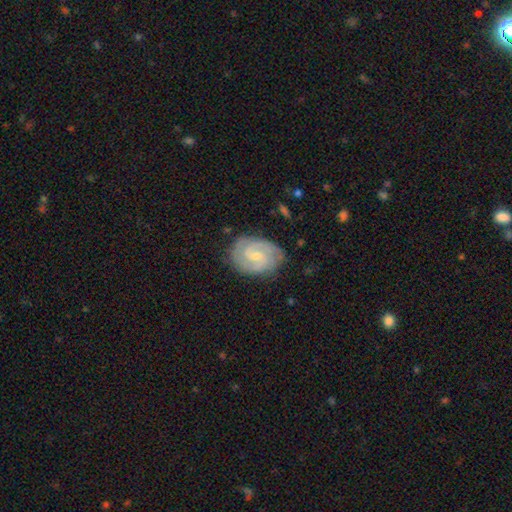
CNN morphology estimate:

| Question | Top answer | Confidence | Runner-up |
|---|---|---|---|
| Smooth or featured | featured or disk | 87% | smooth (9%) |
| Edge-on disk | no | 98% | yes (2%) |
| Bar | weak | 53% | no (37%) |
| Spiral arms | yes | 97% | no (3%) |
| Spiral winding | tight | 51% | medium (42%) |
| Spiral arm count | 2 | 79% | 3 (8%) |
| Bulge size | small | 66% | moderate (30%) |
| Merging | none | 79% | minor disturbance (16%) |